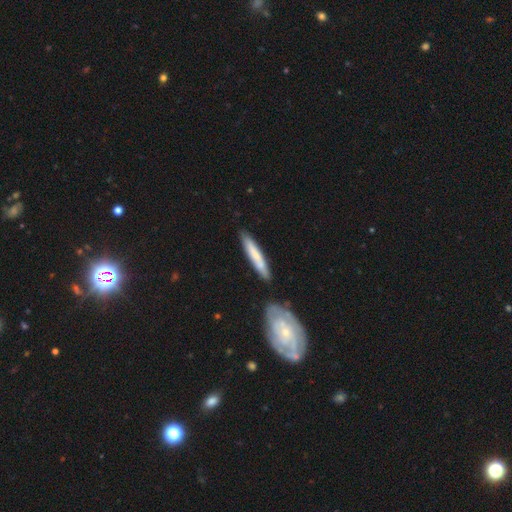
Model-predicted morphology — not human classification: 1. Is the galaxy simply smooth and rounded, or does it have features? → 64% smooth, 31% featured or disk, 5% star or artifact.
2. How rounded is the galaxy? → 91% cigar-shaped, 7% in between, 1% round.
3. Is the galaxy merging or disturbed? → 79% none, 13% minor disturbance, 6% merger, 3% major disturbance.